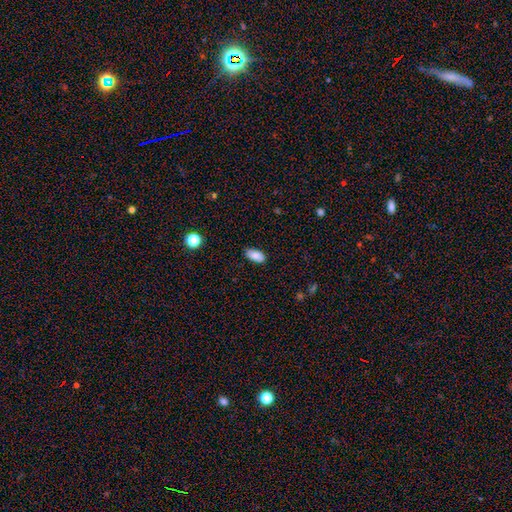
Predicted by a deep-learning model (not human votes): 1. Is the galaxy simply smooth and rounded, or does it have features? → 86% smooth, 8% star or artifact, 6% featured or disk.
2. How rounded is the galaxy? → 93% in between, 4% cigar-shaped, 3% round.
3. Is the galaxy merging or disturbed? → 84% none, 13% minor disturbance, 2% major disturbance, 1% merger.